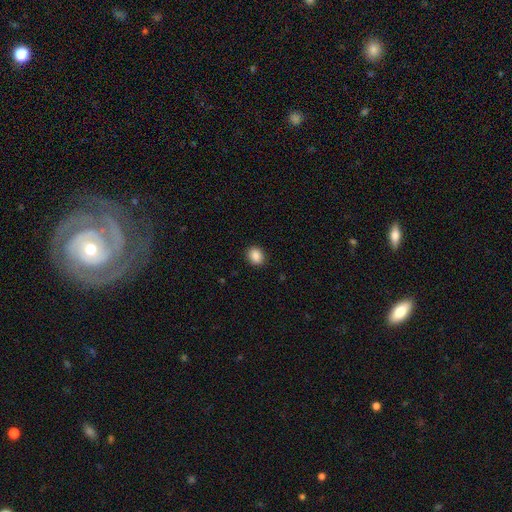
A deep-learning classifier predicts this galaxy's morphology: type=smooth (88%); roundness=round (67%); merging=none (90%).